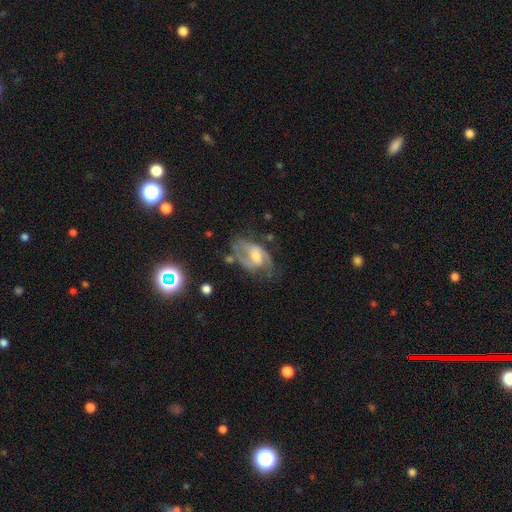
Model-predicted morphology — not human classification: The model was most divided on "bar": weak: 49%, no: 36%, strong: 16%. Remaining: edge-on disk — no (96%); spiral arms — yes (89%); smooth or featured — featured or disk (78%); spiral arm count — 2 (69%); bulge size — moderate (55%); merging — none (51%); spiral winding — medium (49%).